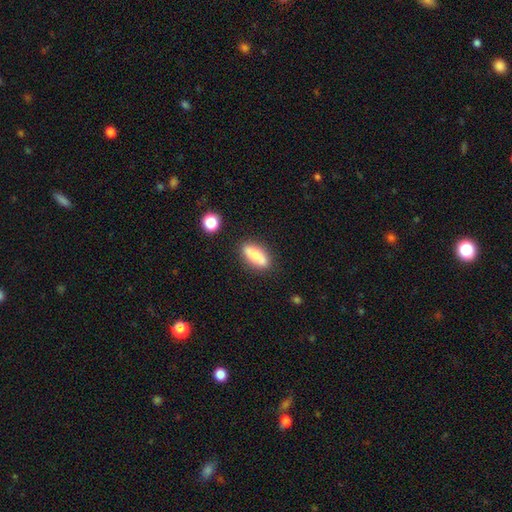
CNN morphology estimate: The model was most divided on "how rounded": in between: 50%, cigar-shaped: 47%, round: 3%. More confident: merging — none (85%); smooth or featured — smooth (75%).